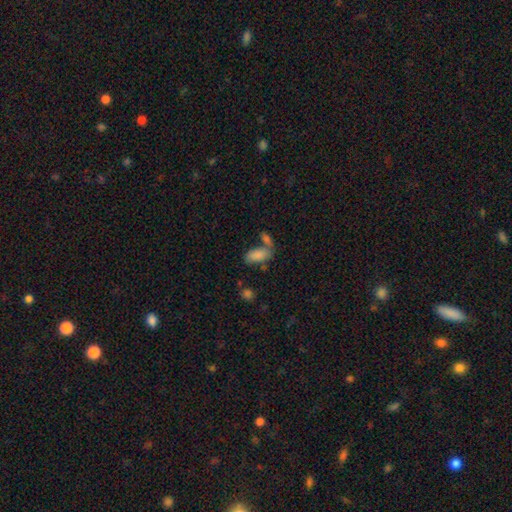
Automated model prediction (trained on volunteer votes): Q: Smooth or featured?
A: smooth (84%); runner-up: star or artifact (8%)
Q: How rounded?
A: in between (90%); runner-up: cigar-shaped (7%)
Q: Merging?
A: none (47%); runner-up: merger (34%)